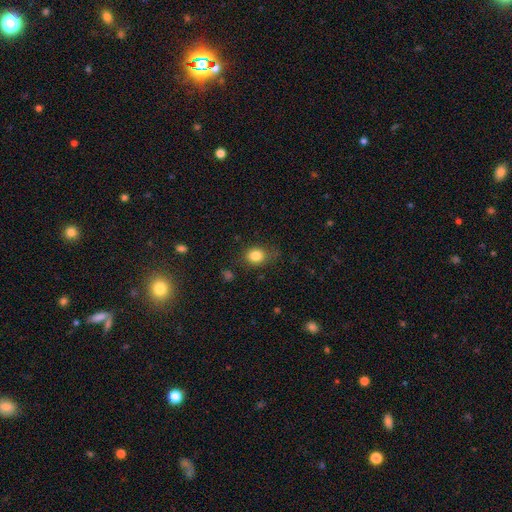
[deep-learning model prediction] Smooth or featured? Predicted: smooth (p=0.83). How rounded? Predicted: round (p=0.53). Merging? Predicted: none (p=0.72).